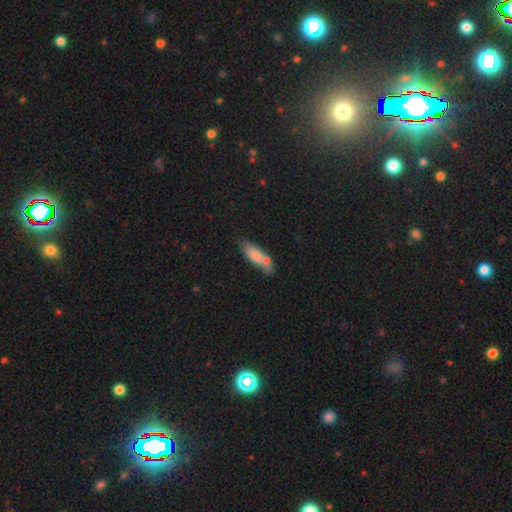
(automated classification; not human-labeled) smooth_or_featured: smooth (p=0.77) [alt: featured or disk p=0.16]
how_rounded: in between (p=0.60) [alt: cigar-shaped p=0.37]
merging: none (p=0.46) [alt: merger p=0.29]